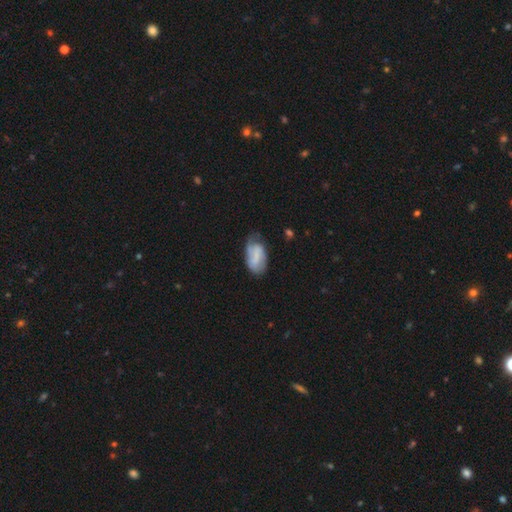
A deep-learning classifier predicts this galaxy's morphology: The model was most divided on "smooth or featured": smooth: 48%, featured or disk: 45%, star or artifact: 7%. Remaining: merging — none (49%).